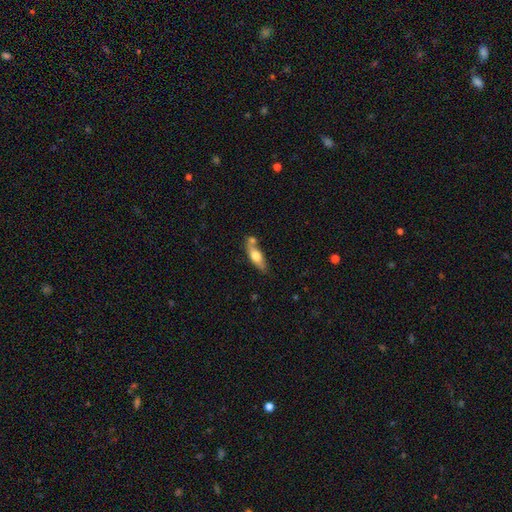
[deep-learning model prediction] Q: Smooth or featured?
A: smooth (60%); runner-up: featured or disk (34%)
Q: How rounded?
A: in between (55%); runner-up: cigar-shaped (41%)
Q: Merging?
A: none (53%); runner-up: merger (23%)